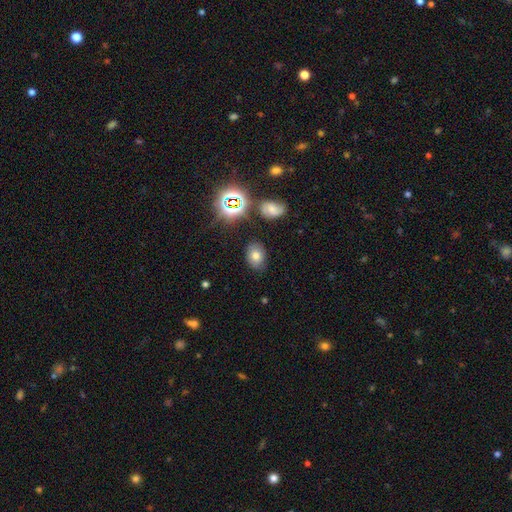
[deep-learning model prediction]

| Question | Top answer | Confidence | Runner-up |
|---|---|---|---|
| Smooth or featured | smooth | 69% | star or artifact (18%) |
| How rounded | in between | 70% | round (29%) |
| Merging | none | 80% | minor disturbance (13%) |